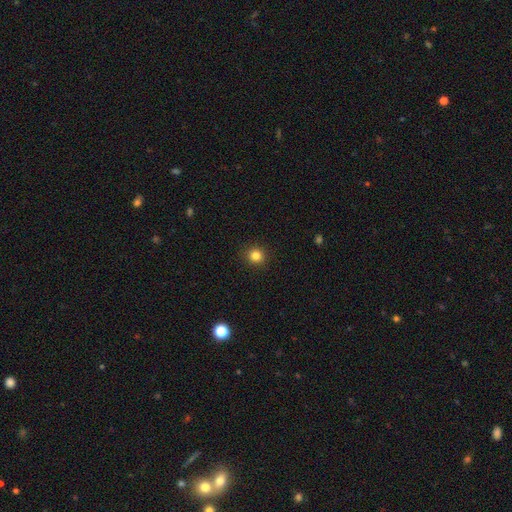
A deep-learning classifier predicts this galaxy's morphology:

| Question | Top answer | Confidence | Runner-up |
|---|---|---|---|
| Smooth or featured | smooth | 83% | star or artifact (12%) |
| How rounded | round | 92% | in between (7%) |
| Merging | none | 92% | minor disturbance (5%) |